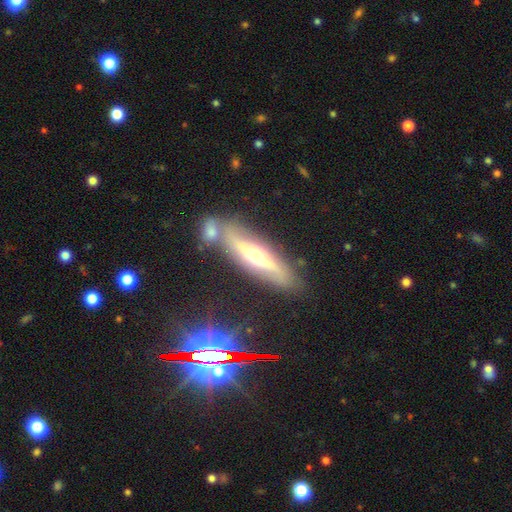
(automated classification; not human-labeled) Q: Smooth or featured?
A: featured or disk (58%); runner-up: smooth (33%)
Q: Edge-on disk?
A: yes (65%); runner-up: no (35%)
Q: Merging?
A: none (64%); runner-up: merger (17%)